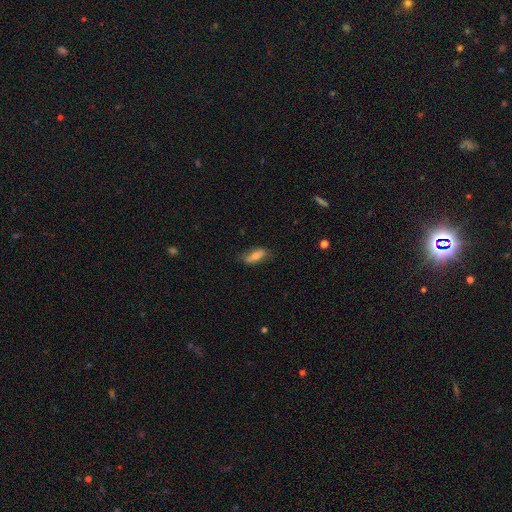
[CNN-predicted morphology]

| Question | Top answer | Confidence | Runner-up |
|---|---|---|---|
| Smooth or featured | smooth | 67% | featured or disk (26%) |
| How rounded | in between | 66% | cigar-shaped (31%) |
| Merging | none | 74% | minor disturbance (19%) |